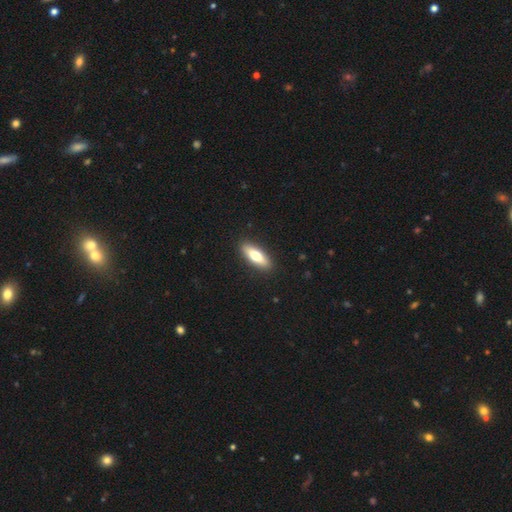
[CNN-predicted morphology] Overall: smooth (66%; featured or disk 28%). How rounded: in between (55%; cigar-shaped 43%). Merging: none (90%).